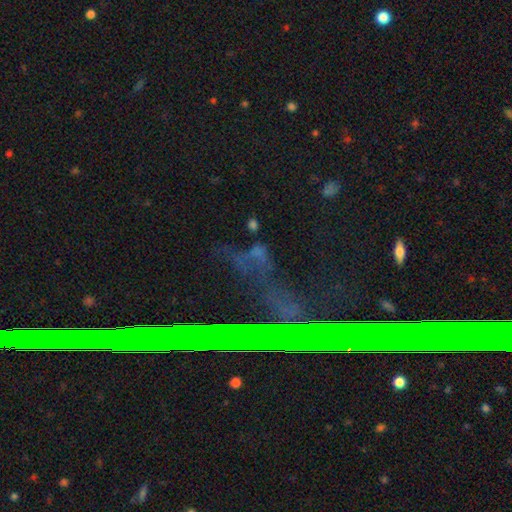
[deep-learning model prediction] A star or artifact, not a galaxy (54%).

Vote fractions:
- Smooth or featured? star or artifact: 54% / smooth: 24% / featured or disk: 22%